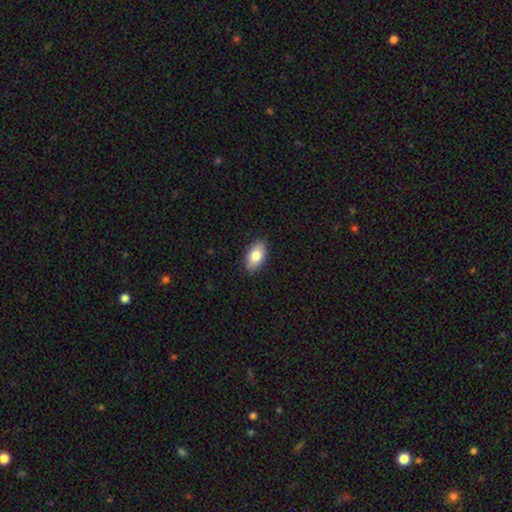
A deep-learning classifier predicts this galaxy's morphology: Smooth or featured?
  - smooth: 83% *
  - featured or disk: 11%
  - star or artifact: 7%
How rounded?
  - in between: 93% *
  - round: 5%
  - cigar-shaped: 2%
Merging?
  - none: 89% *
  - minor disturbance: 8%
  - major disturbance: 2%
  - merger: 1%